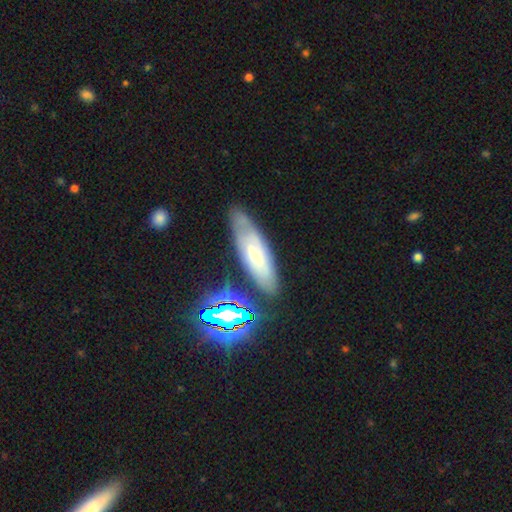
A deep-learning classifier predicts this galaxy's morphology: smooth-or-featured: featured or disk: 44% | smooth: 43% | star or artifact: 14%
  merging: none: 70% | minor disturbance: 20% | major disturbance: 6% | merger: 4%